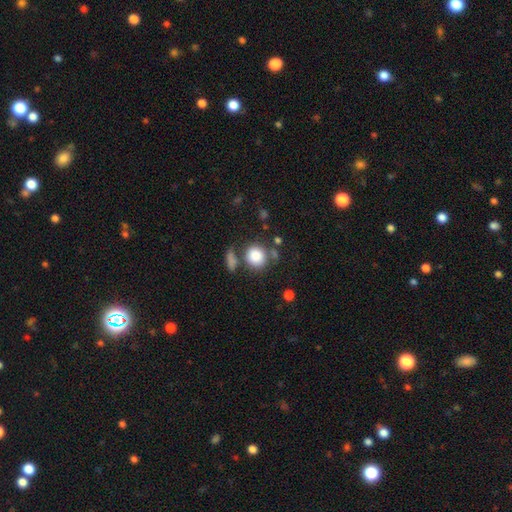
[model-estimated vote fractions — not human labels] Smooth or featured? Predicted: smooth (p=0.85). How rounded? Predicted: round (p=0.82). Merging? Predicted: none (p=0.64).